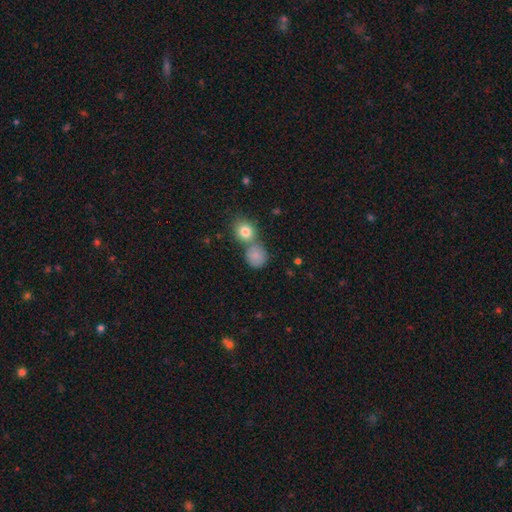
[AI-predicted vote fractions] Q: Smooth or featured?
A: smooth (81%); runner-up: star or artifact (10%)
Q: How rounded?
A: round (78%); runner-up: in between (21%)
Q: Merging?
A: none (46%); runner-up: merger (39%)